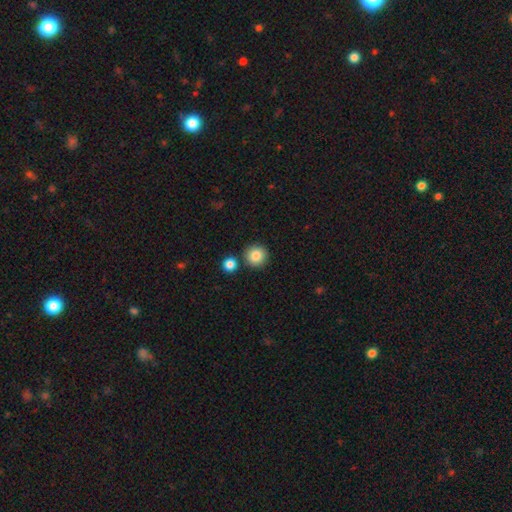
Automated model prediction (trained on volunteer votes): The model was most divided on "merging": none: 83%, merger: 8%, minor disturbance: 7%, major disturbance: 2%. More confident: how rounded — round (94%); smooth or featured — smooth (85%).